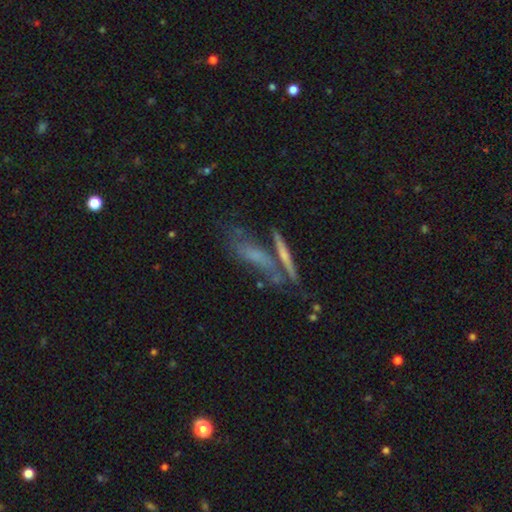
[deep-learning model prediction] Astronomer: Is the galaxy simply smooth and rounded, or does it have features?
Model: featured or disk — 49% (runner-up: smooth, 40%).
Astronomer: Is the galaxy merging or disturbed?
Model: none — 46% (runner-up: merger, 29%).